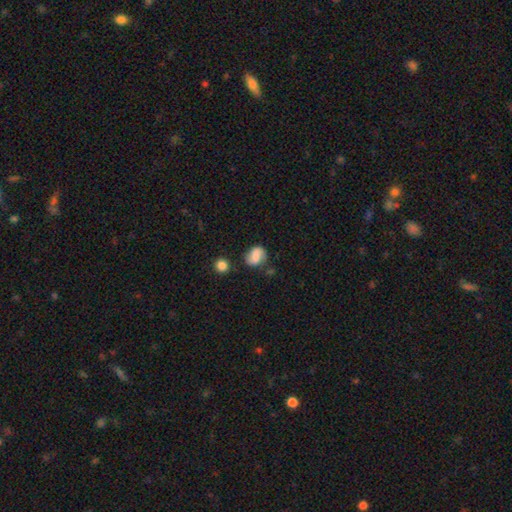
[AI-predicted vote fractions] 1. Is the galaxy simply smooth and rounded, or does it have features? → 53% smooth, 38% featured or disk, 9% star or artifact.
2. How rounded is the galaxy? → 50% in between, 48% round, 2% cigar-shaped.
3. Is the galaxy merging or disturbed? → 67% none, 20% minor disturbance, 6% major disturbance, 6% merger.